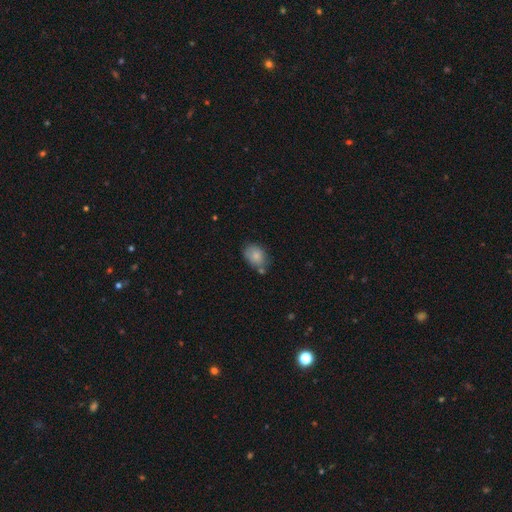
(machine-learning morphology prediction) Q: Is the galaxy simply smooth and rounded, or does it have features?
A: smooth — 82%.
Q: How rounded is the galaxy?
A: in between — 73%.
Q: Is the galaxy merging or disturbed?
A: none — 61%.